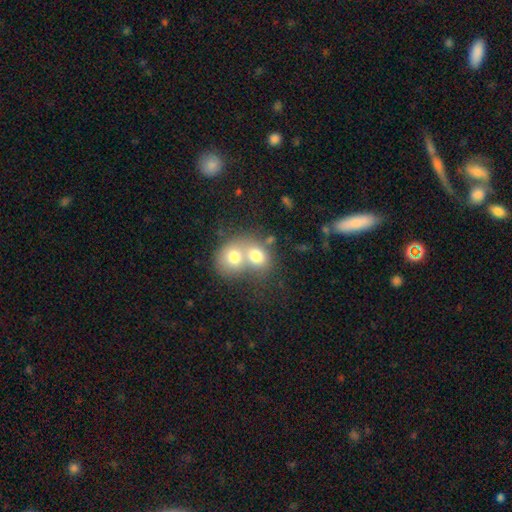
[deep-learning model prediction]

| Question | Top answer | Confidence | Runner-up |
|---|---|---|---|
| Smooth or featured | smooth | 72% | featured or disk (19%) |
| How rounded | round | 59% | in between (40%) |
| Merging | merger | 71% | none (20%) |